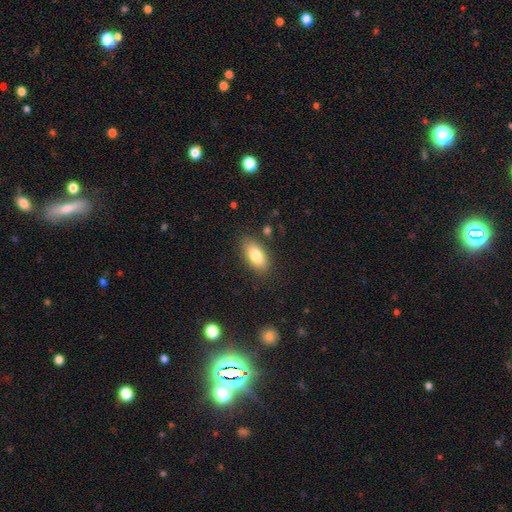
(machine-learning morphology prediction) The model was most divided on "smooth or featured": smooth: 81%, featured or disk: 12%, star or artifact: 7%. More confident: how rounded — in between (89%); merging — none (83%).